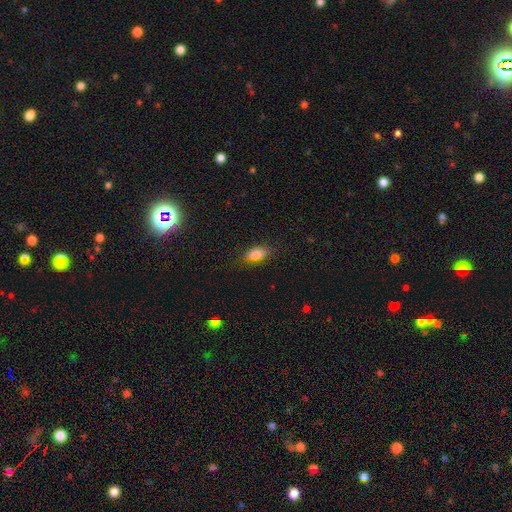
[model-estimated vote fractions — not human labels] Smooth or featured? smooth (82%)
How rounded? in between (86%)
Merging? none (81%)